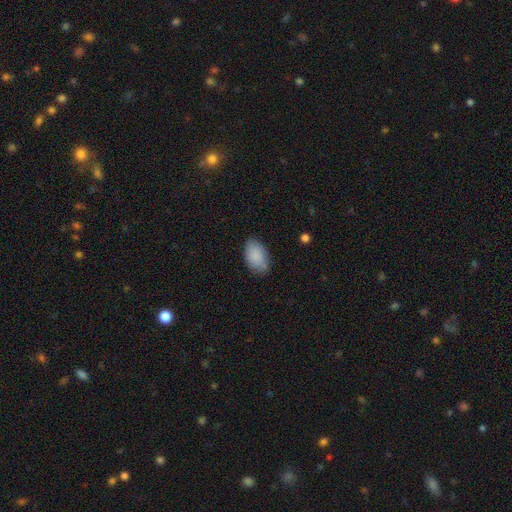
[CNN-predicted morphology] This appears to be a smooth galaxy with no disk features (88%) that is in between round and cigar-shaped (92%). Merging: none (78%).